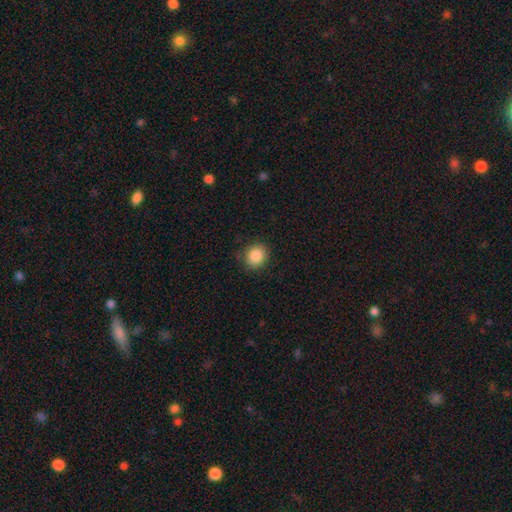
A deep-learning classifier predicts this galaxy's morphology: A smooth galaxy with no disk features (87%) that is round (77%). Merging: none (85%).